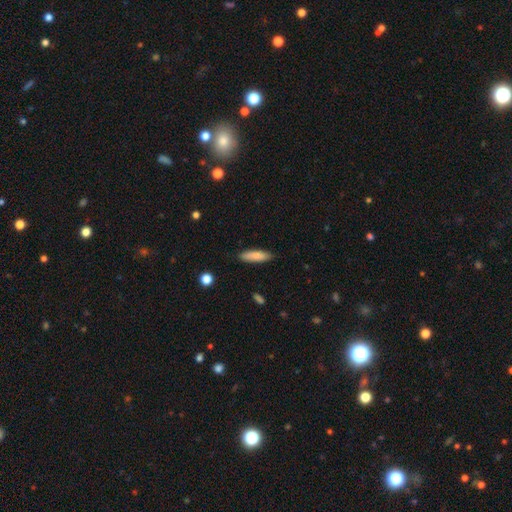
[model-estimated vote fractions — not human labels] Smooth or featured?
  - smooth: 83% *
  - featured or disk: 11%
  - star or artifact: 6%
How rounded?
  - cigar-shaped: 61% *
  - in between: 37%
  - round: 2%
Merging?
  - none: 86% *
  - minor disturbance: 11%
  - major disturbance: 2%
  - merger: 1%